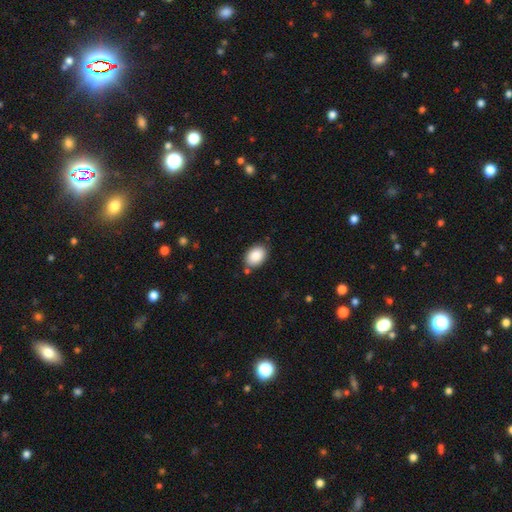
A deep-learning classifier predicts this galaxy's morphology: The model was most divided on "merging": none: 82%, minor disturbance: 12%, merger: 3%, major disturbance: 3%. More confident: smooth or featured — smooth (88%); how rounded — in between (85%).